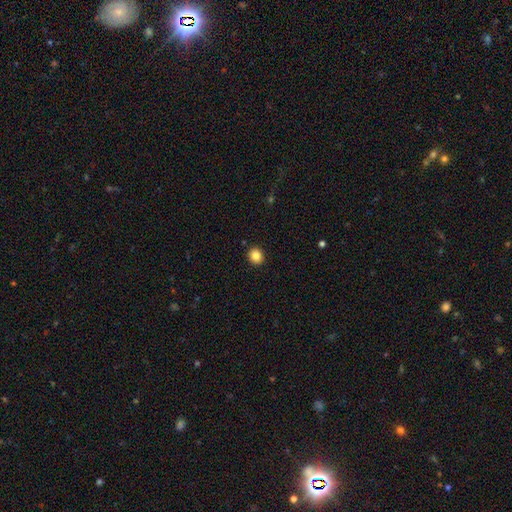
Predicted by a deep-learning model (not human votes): Morphology: type=smooth (85%); roundness=round (80%); merging=none (92%).